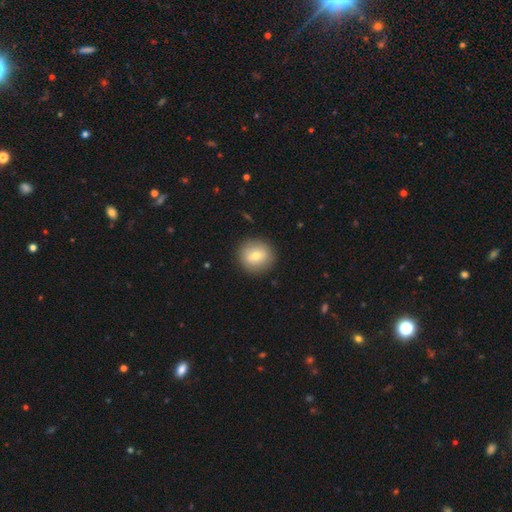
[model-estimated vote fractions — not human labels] Smooth or featured?
  - smooth: 72% *
  - featured or disk: 20%
  - star or artifact: 8%
How rounded?
  - round: 90% *
  - in between: 9%
  - cigar-shaped: 1%
Merging?
  - none: 89% *
  - minor disturbance: 7%
  - major disturbance: 2%
  - merger: 1%